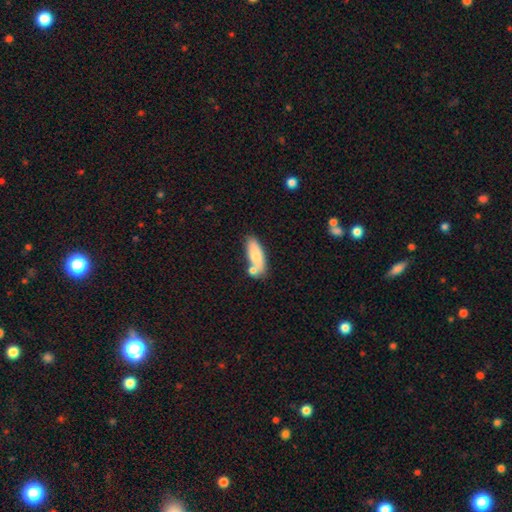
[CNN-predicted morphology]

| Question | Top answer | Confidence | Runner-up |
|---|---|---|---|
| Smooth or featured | smooth | 75% | featured or disk (19%) |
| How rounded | in between | 65% | cigar-shaped (33%) |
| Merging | none | 55% | merger (23%) |